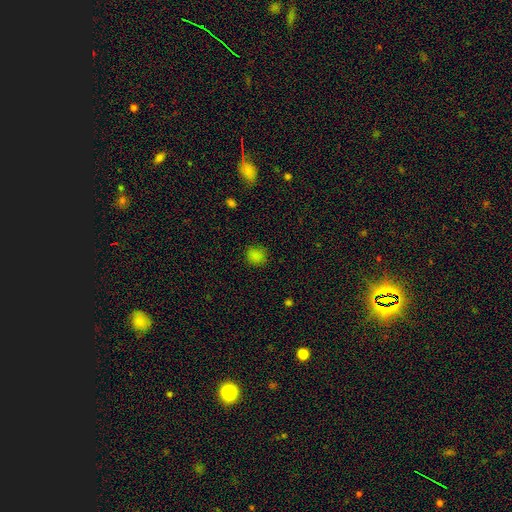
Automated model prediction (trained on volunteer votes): A smooth galaxy with no disk features (82%) that is round (74%). Merging: none (83%).